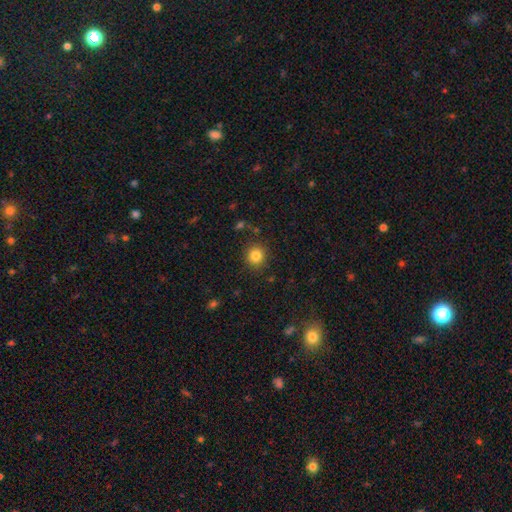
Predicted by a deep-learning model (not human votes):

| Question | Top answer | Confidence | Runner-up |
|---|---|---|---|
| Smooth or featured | smooth | 83% | star or artifact (12%) |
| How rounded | round | 90% | in between (9%) |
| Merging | none | 88% | minor disturbance (8%) |